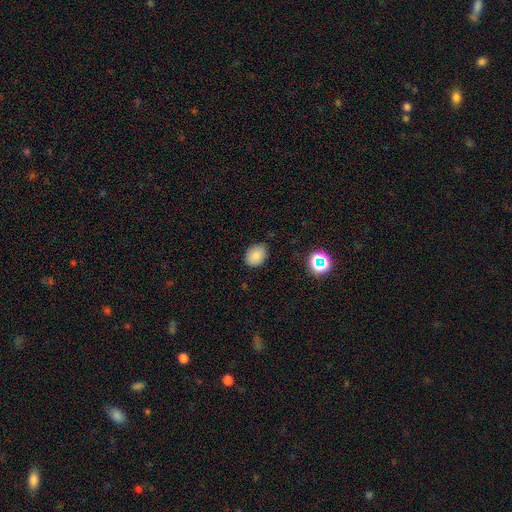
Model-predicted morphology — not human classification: smooth-or-featured: smooth: 83% | star or artifact: 11% | featured or disk: 6%
  how-rounded: in between: 63% | round: 36% | cigar-shaped: 1%
  merging: none: 84% | minor disturbance: 12% | major disturbance: 2% | merger: 1%